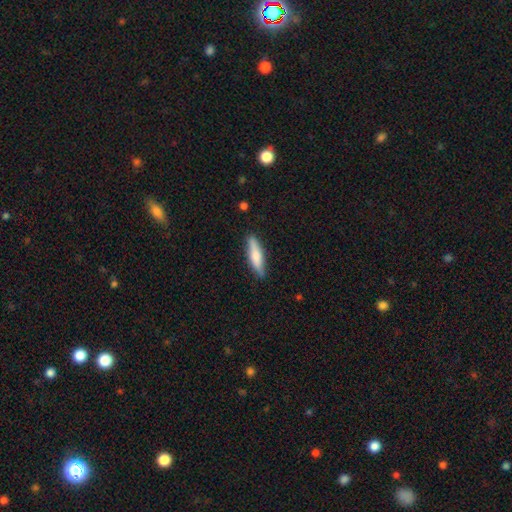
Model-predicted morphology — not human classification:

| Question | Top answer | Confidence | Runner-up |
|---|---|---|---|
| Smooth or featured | smooth | 71% | featured or disk (24%) |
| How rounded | cigar-shaped | 74% | in between (25%) |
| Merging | none | 84% | minor disturbance (12%) |